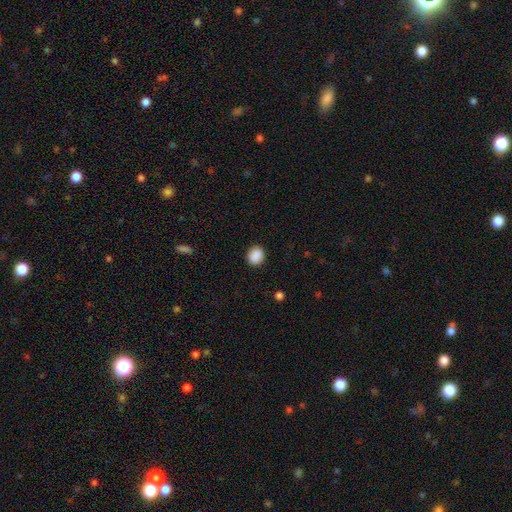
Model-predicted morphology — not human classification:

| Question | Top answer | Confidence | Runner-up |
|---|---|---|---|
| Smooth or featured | smooth | 89% | star or artifact (8%) |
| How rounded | round | 68% | in between (31%) |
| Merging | none | 89% | minor disturbance (8%) |